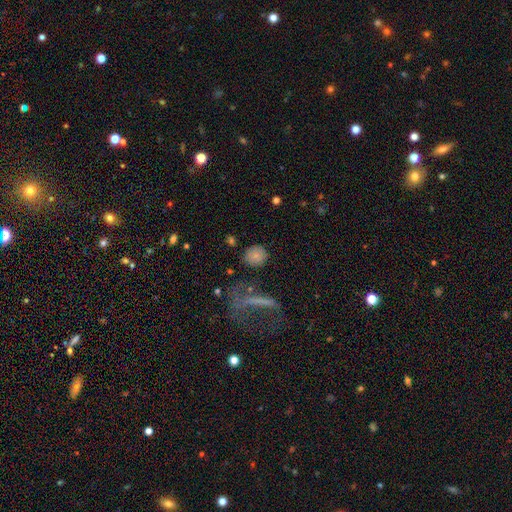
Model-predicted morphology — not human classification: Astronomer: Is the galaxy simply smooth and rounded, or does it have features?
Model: smooth — 77%.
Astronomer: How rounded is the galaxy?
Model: round — 84%.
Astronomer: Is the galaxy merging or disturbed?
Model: none — 80%.